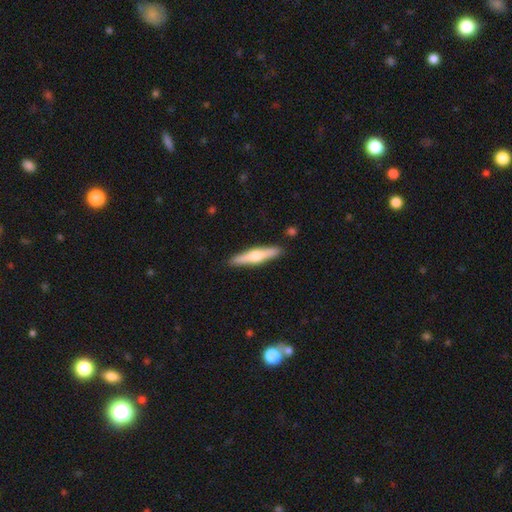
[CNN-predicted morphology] smooth-or-featured: featured or disk: 52% | smooth: 42% | star or artifact: 5%
  disk-edge-on: yes: 95% | no: 5%
    edge-on-bulge: rounded: 90% | none: 5% | boxy: 4%
  merging: none: 90% | minor disturbance: 7% | major disturbance: 2% | merger: 1%